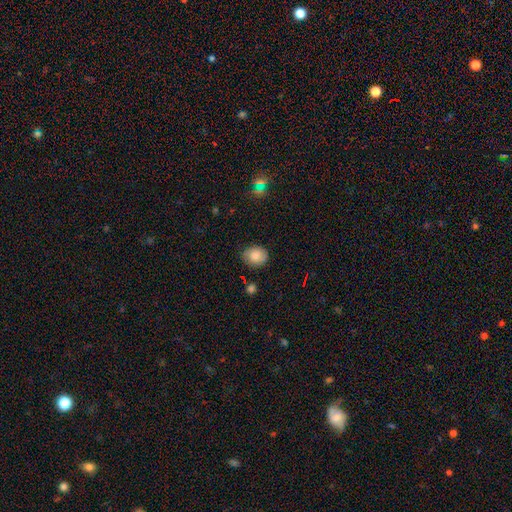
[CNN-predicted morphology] Q: Smooth or featured?
A: smooth (81%); runner-up: featured or disk (10%)
Q: How rounded?
A: round (55%); runner-up: in between (44%)
Q: Merging?
A: none (79%); runner-up: minor disturbance (16%)